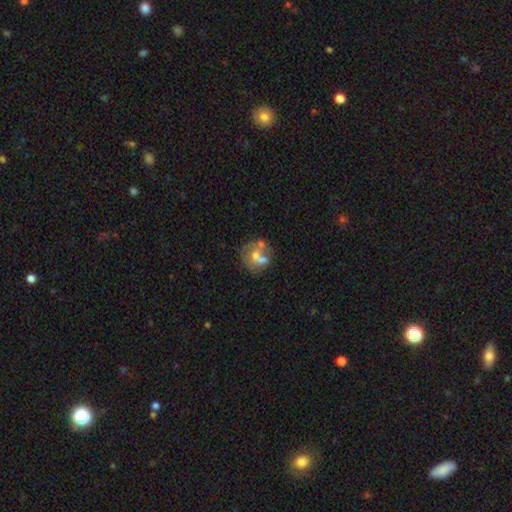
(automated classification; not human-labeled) featured or disk 47%, smooth 43%, star or artifact 10%. Down the decision tree: merging — merger (38%).